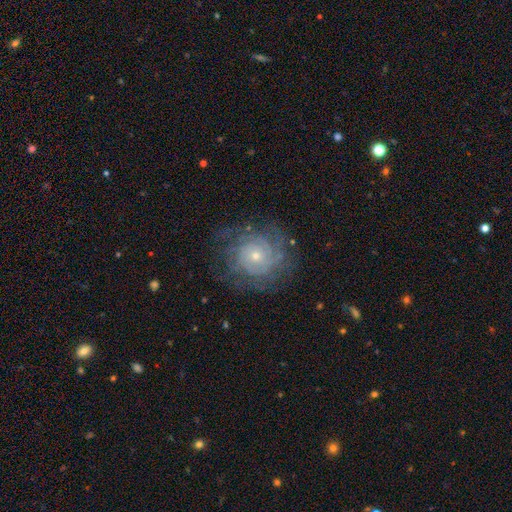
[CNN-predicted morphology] Overall: featured or disk (77%). Edge-on disk: no (97%). Bar: no (82%). Spiral arms: yes (91%). Spiral arm count: can't tell (46%; 2 15%). Spiral winding: tight (72%). Bulge size: small (67%; moderate 28%). Merging: none (75%).